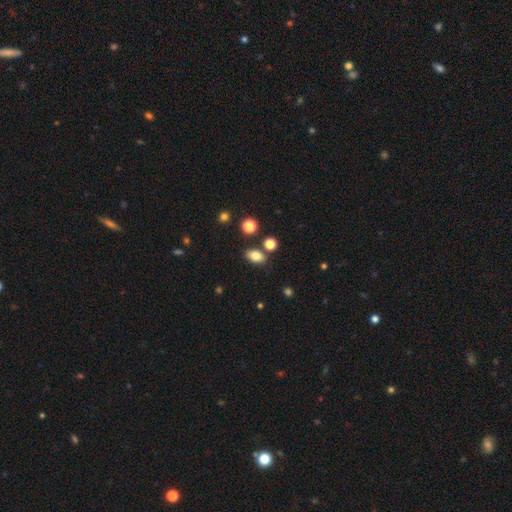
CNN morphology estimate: Smooth or featured? smooth (81%)
How rounded? in between (85%)
Merging? none (78%)